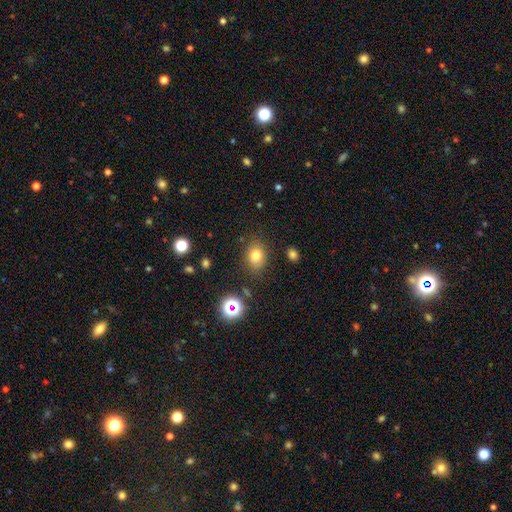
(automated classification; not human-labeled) This appears to be a smooth galaxy with no disk features (77%) that is in between round and cigar-shaped (58%). Merging: none (81%).